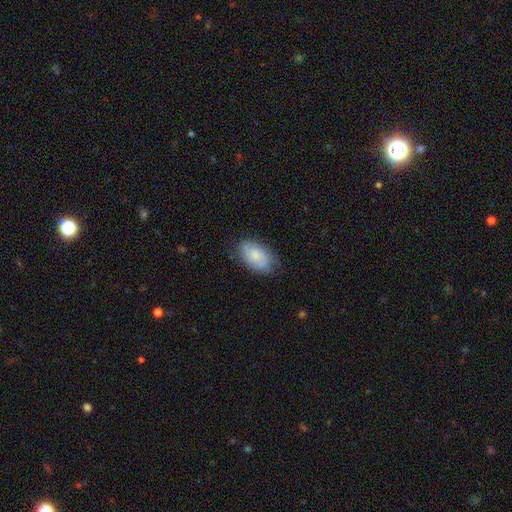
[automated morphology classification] Smooth or featured? Predicted: smooth (p=0.70). How rounded? Predicted: in between (p=0.93). Merging? Predicted: none (p=0.73).